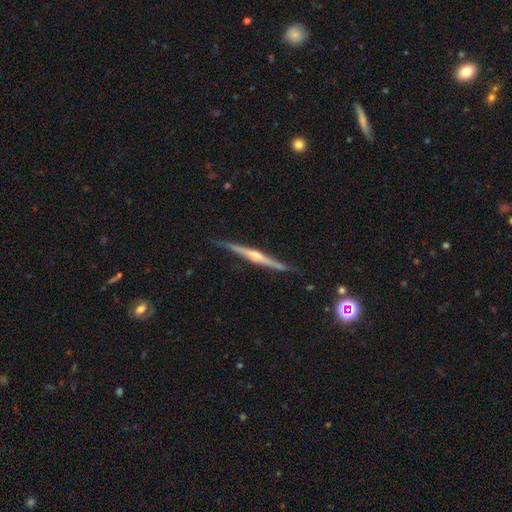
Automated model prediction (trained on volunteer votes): featured or disk 85%, smooth 9%, star or artifact 5%. Down the decision tree: edge-on disk — yes (98%); edge-on bulge — rounded (88%); merging — none (85%).